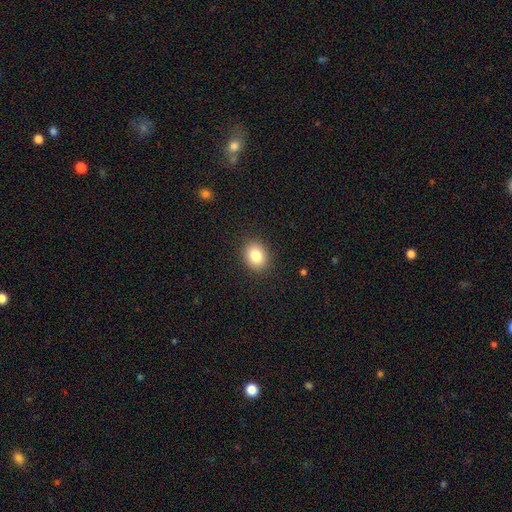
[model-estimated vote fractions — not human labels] A smooth galaxy with no disk features (84%) that is in between round and cigar-shaped (50%).

Vote fractions:
- Smooth or featured? smooth: 84% / star or artifact: 9% / featured or disk: 7%
- How rounded? in between: 50% / round: 49% / cigar-shaped: 1%
- Merging? none: 89% / minor disturbance: 7% / major disturbance: 2% / merger: 1%